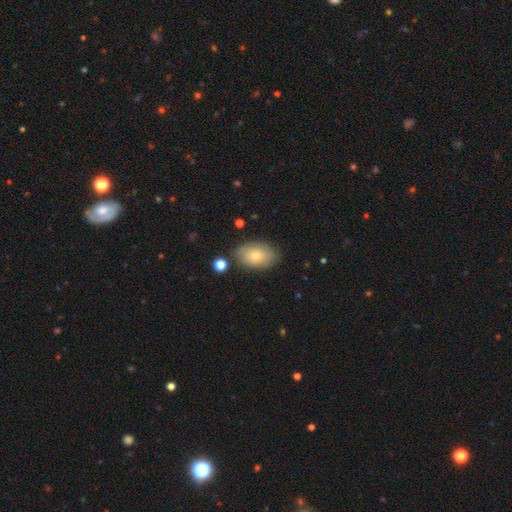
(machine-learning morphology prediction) Overall: smooth (70%). How rounded: in between (86%). Merging: none (79%).